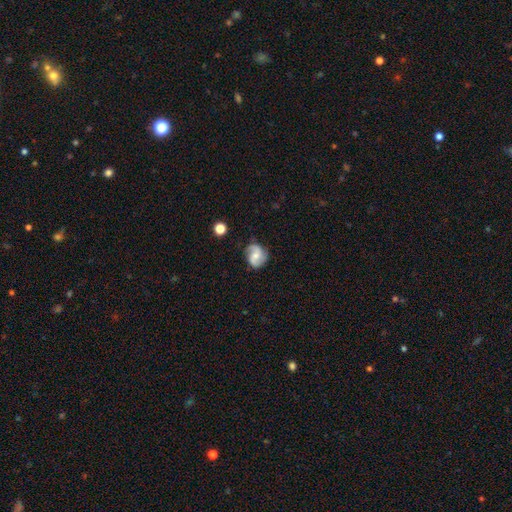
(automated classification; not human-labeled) Smooth or featured? Predicted: featured or disk (p=0.71). Edge-on disk? Predicted: no (p=0.98). Bar? Predicted: no (p=0.48). Spiral arms? Predicted: yes (p=0.95). Spiral winding? Predicted: medium (p=0.45). Spiral arm count? Predicted: 2 (p=0.87). Bulge size? Predicted: moderate (p=0.48). Merging? Predicted: none (p=0.74).